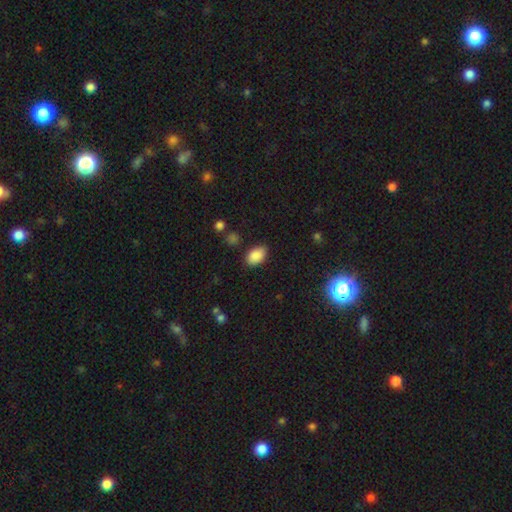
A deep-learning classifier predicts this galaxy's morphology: Smooth or featured?
  - smooth: 87% *
  - star or artifact: 9%
  - featured or disk: 4%
How rounded?
  - in between: 89% *
  - round: 10%
  - cigar-shaped: 1%
Merging?
  - none: 79% *
  - minor disturbance: 16%
  - major disturbance: 3%
  - merger: 2%